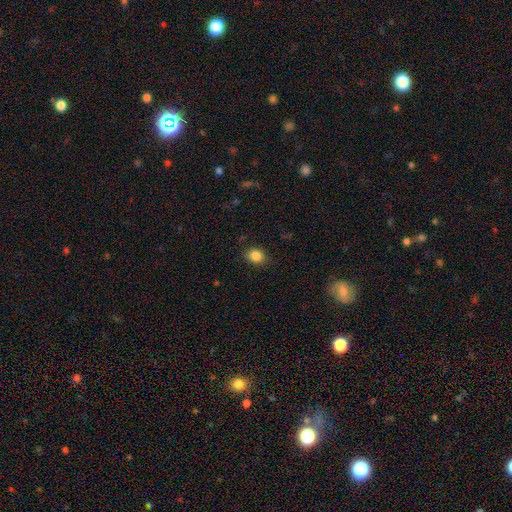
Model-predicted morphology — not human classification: Smooth or featured?
  - smooth: 85% *
  - star or artifact: 10%
  - featured or disk: 5%
How rounded?
  - round: 59% *
  - in between: 40%
  - cigar-shaped: 1%
Merging?
  - none: 83% *
  - minor disturbance: 13%
  - major disturbance: 3%
  - merger: 1%